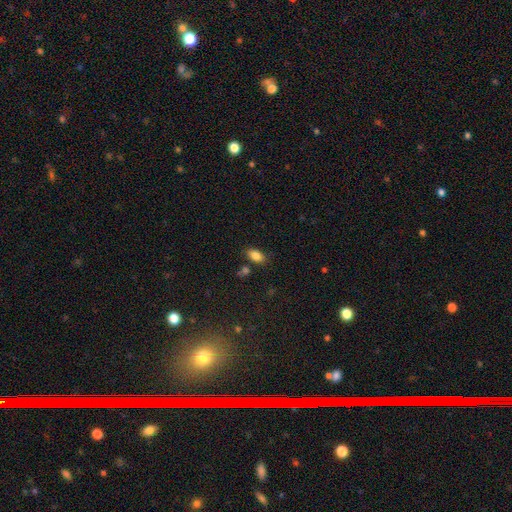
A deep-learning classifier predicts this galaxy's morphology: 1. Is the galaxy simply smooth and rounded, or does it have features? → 85% smooth, 9% star or artifact, 5% featured or disk.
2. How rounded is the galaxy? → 91% in between, 6% round, 3% cigar-shaped.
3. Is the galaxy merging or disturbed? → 80% none, 12% minor disturbance, 5% merger, 3% major disturbance.